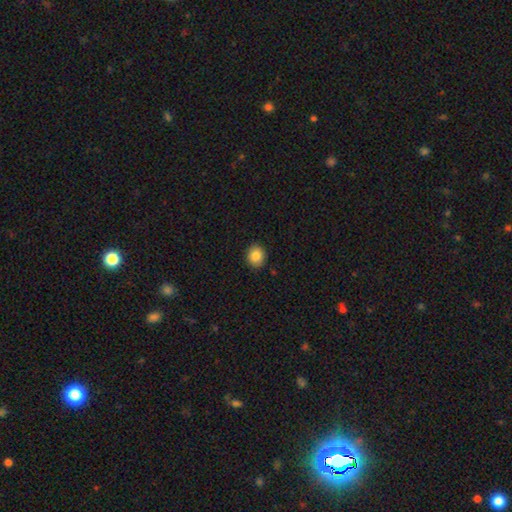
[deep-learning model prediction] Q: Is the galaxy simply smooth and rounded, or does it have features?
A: smooth — 85%.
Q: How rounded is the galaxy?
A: round — 75%.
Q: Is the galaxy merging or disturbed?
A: none — 90%.